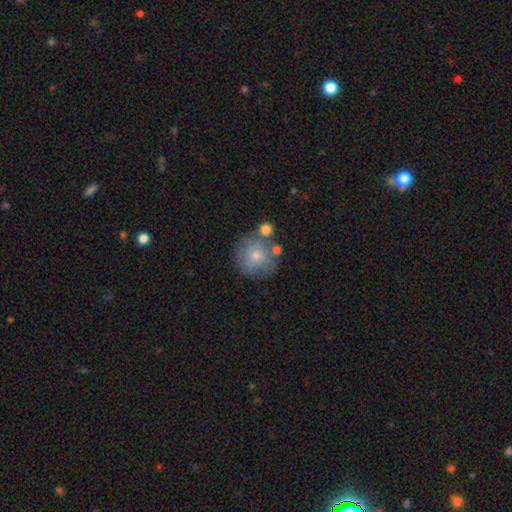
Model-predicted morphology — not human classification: Smooth or featured? Predicted: smooth (p=0.69). How rounded? Predicted: round (p=0.91). Merging? Predicted: none (p=0.61).